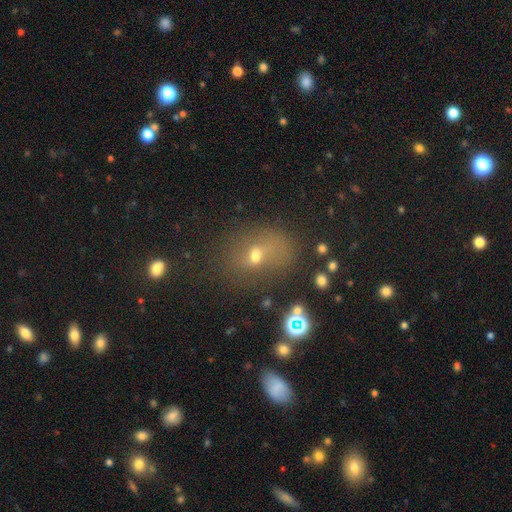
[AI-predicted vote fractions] A smooth galaxy with no disk features (54%) that is in between round and cigar-shaped (59%).

Vote fractions:
- Smooth or featured? smooth: 54% / star or artifact: 24% / featured or disk: 22%
- How rounded? in between: 59% / round: 39% / cigar-shaped: 2%
- Merging? none: 50% / minor disturbance: 19% / major disturbance: 16% / merger: 15%